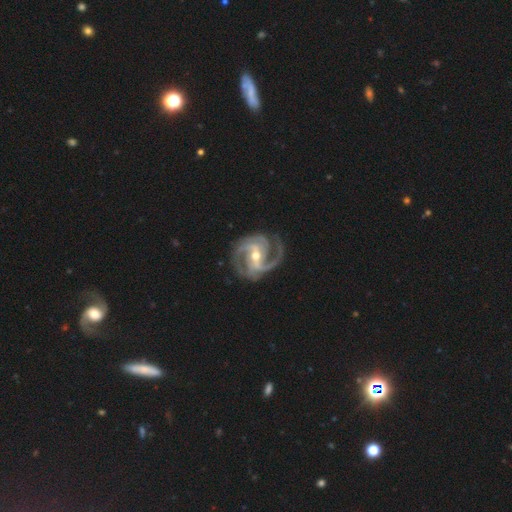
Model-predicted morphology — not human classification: smooth-or-featured: featured or disk: 93% | star or artifact: 4% | smooth: 3%
  disk-edge-on: no: 98% | yes: 2%
    bar: strong: 48% | weak: 37% | no: 15%
    has-spiral-arms: yes: 99% | no: 1%
      spiral-winding: medium: 52% | tight: 38% | loose: 10%
      spiral-arm-count: 3: 42% | 2: 34% | 4: 8% | can't tell: 7% | 1: 5% | more than 4: 5%
    bulge-size: moderate: 55% | small: 41% | large: 2% | none: 1% | dominant: 1%
  merging: none: 76% | minor disturbance: 15% | major disturbance: 7% | merger: 1%